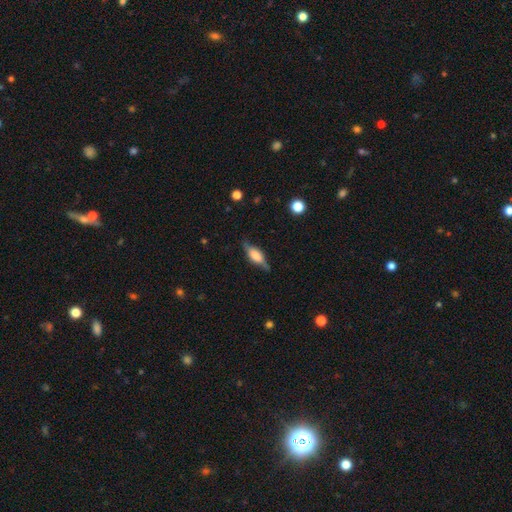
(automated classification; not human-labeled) smooth_or_featured: featured or disk (p=0.50) [alt: smooth p=0.42]
disk_edge_on: yes (p=0.88) [alt: no p=0.12]
merging: none (p=0.76) [alt: minor disturbance p=0.17]